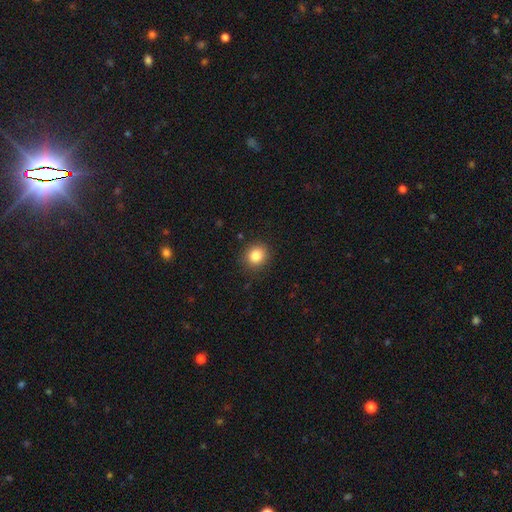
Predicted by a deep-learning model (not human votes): Q: Smooth or featured?
A: smooth (84%); runner-up: star or artifact (11%)
Q: How rounded?
A: round (85%); runner-up: in between (14%)
Q: Merging?
A: none (89%); runner-up: minor disturbance (8%)